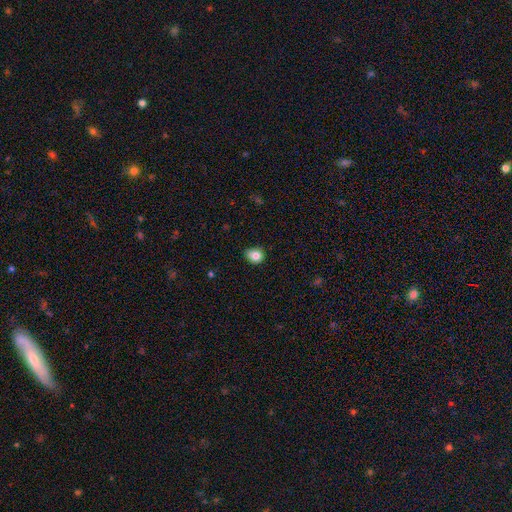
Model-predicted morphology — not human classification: Overall: smooth (82%). How rounded: round (70%). Merging: none (77%).